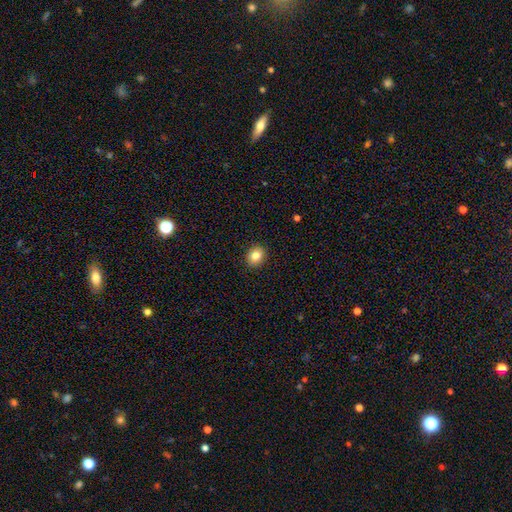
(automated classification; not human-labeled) Smooth or featured? Predicted: smooth (p=0.83). How rounded? Predicted: round (p=0.64). Merging? Predicted: none (p=0.91).